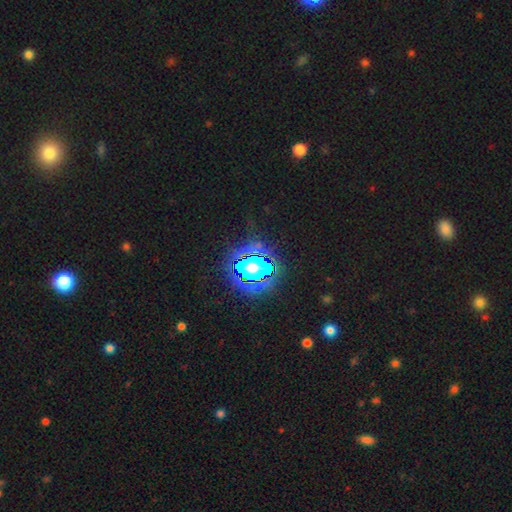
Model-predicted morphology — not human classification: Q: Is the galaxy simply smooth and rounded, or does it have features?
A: star or artifact — 81%.